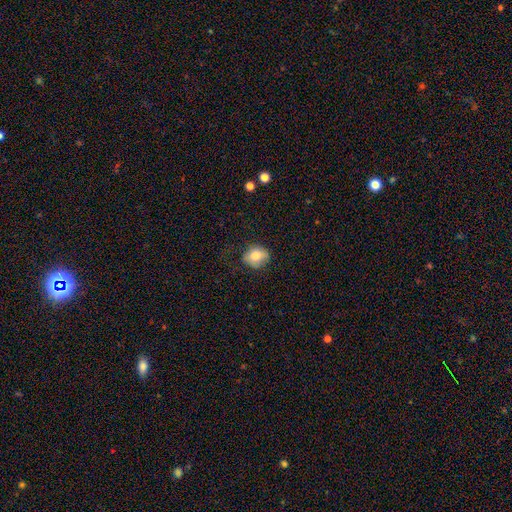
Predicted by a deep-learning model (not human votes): A smooth galaxy with no disk features (80%) that is round (62%).

Vote fractions:
- Smooth or featured? smooth: 80% / featured or disk: 11% / star or artifact: 9%
- How rounded? round: 62% / in between: 37% / cigar-shaped: 1%
- Merging? none: 69% / minor disturbance: 23% / major disturbance: 7% / merger: 1%